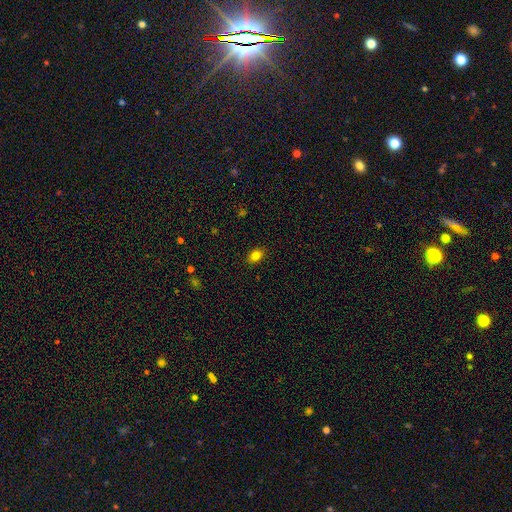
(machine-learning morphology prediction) A smooth galaxy with no disk features (83%) that is in between round and cigar-shaped (78%).

Vote fractions:
- Smooth or featured? smooth: 83% / star or artifact: 11% / featured or disk: 6%
- How rounded? in between: 78% / round: 20% / cigar-shaped: 1%
- Merging? none: 88% / minor disturbance: 9% / major disturbance: 2% / merger: 1%